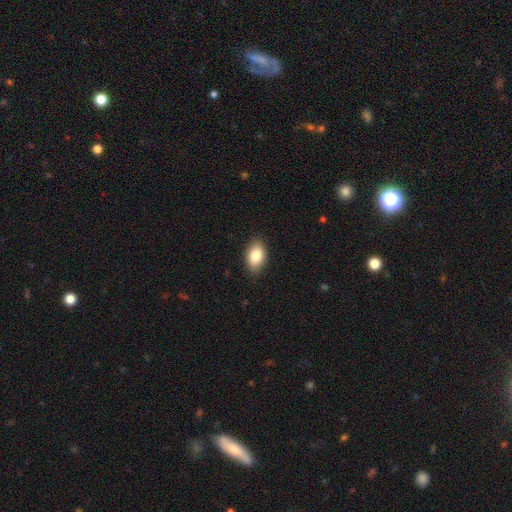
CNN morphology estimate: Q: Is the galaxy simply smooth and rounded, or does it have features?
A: smooth — 83%.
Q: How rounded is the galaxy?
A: in between — 90%.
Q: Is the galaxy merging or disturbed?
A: none — 86%.